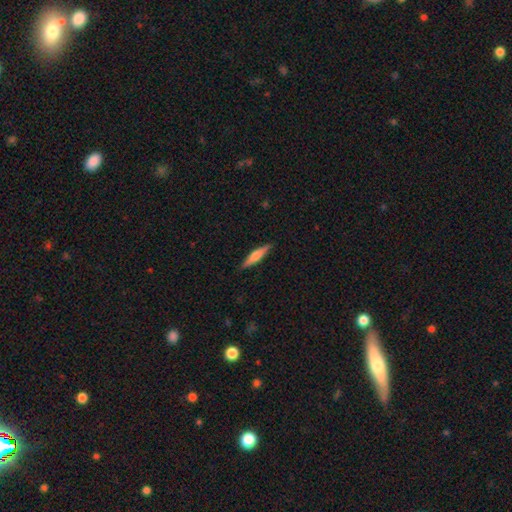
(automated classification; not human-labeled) This appears to be a smooth galaxy with no disk features (51%) that is cigar-shaped (85%). Merging: none (89%).